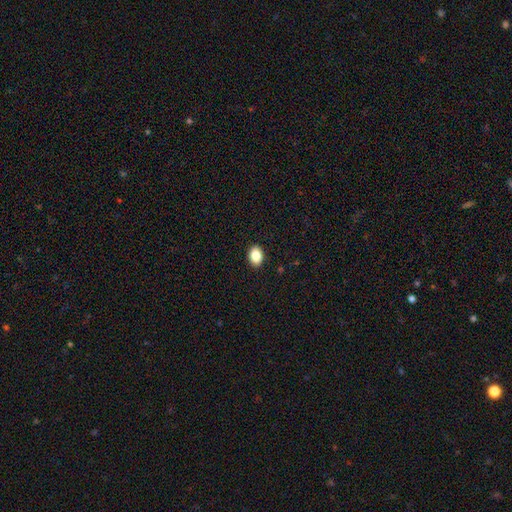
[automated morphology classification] This is clearly a smooth galaxy (87%). How rounded: likely in between (79%). Merging: clearly none (91%).